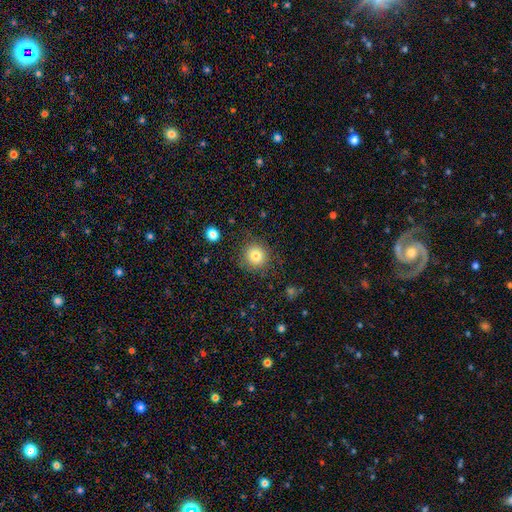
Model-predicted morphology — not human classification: The model was most divided on "smooth or featured": smooth: 80%, star or artifact: 12%, featured or disk: 8%. More confident: how rounded — round (92%); merging — none (86%).